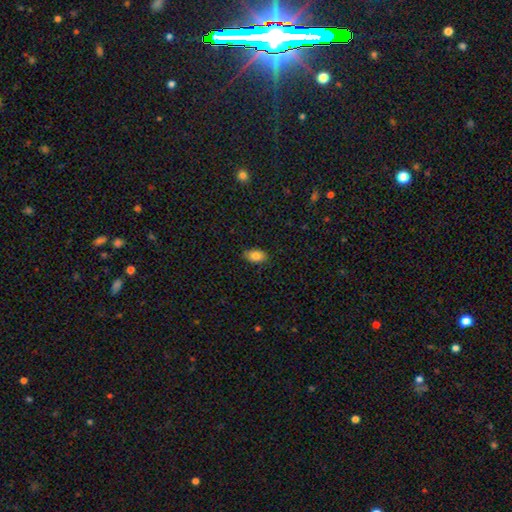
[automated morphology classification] Smooth or featured?
  - smooth: 84% *
  - star or artifact: 8%
  - featured or disk: 7%
How rounded?
  - in between: 90% *
  - round: 8%
  - cigar-shaped: 2%
Merging?
  - none: 84% *
  - minor disturbance: 12%
  - major disturbance: 2%
  - merger: 1%